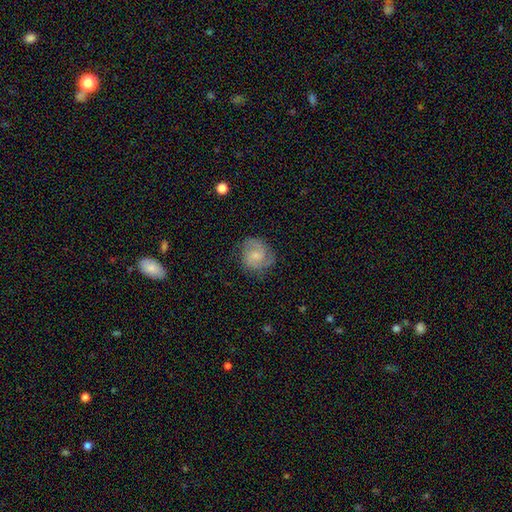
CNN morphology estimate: Smooth or featured: featured or disk — 69% (smooth — 25%)
Edge-on disk: no — 98% (yes — 2%)
Bar: no — 56% (weak — 39%)
Spiral arms: yes — 93% (no — 7%)
Spiral winding: medium — 44% (tight — 43%)
Spiral arm count: 2 — 71% (can't tell — 12%)
Bulge size: small — 53% (moderate — 32%)
Merging: none — 73% (minor disturbance — 18%)